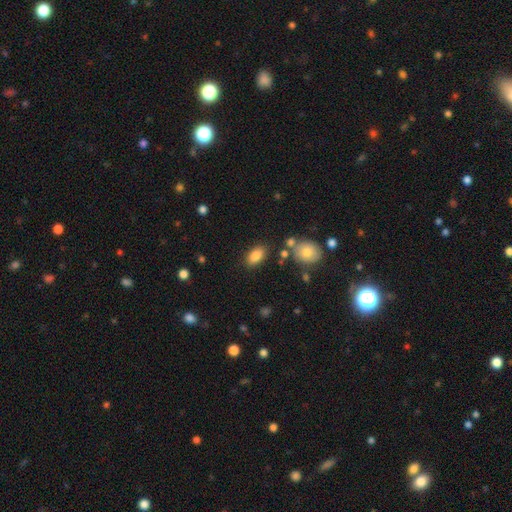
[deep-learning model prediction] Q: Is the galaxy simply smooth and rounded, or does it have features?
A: smooth — 84%.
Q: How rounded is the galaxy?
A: in between — 91%.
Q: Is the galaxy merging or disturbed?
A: none — 81%.